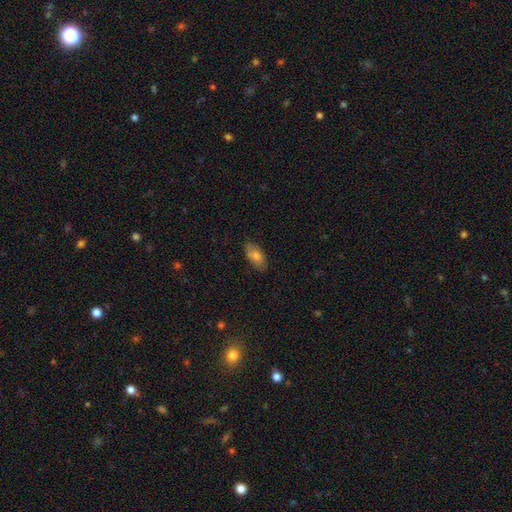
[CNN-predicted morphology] smooth_or_featured: smooth (p=0.71) [alt: featured or disk p=0.21]
how_rounded: in between (p=0.91) [alt: cigar-shaped p=0.05]
merging: none (p=0.83) [alt: minor disturbance p=0.13]